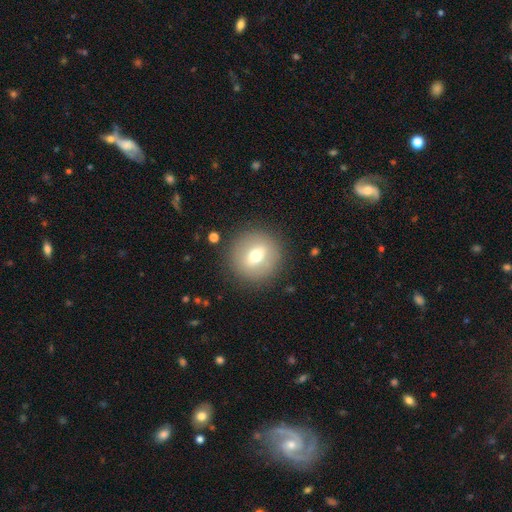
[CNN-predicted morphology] The model was most divided on "smooth or featured": smooth: 60%, featured or disk: 31%, star or artifact: 9%. More confident: how rounded — round (92%); merging — none (88%).